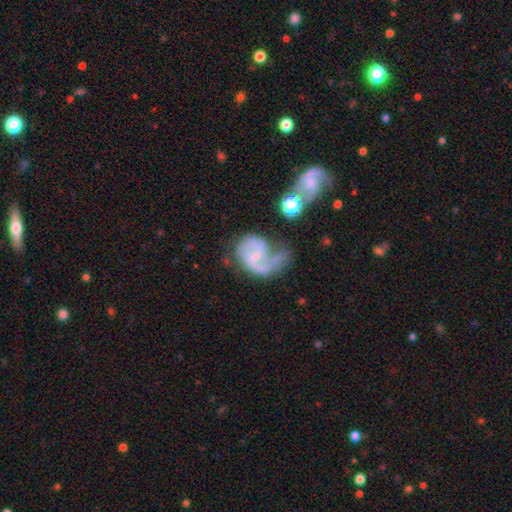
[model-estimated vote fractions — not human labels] This is clearly a featured or disk galaxy (82%). It is clearly not viewed edge-on (98%). Bar: possibly no (48%). Spiral arm pattern: clearly yes (92%). Spiral arm count: possibly 2 (59%). Spiral winding: possibly medium (45%). Central bulge: likely small (70%). Merging: marginally major disturbance (34%).